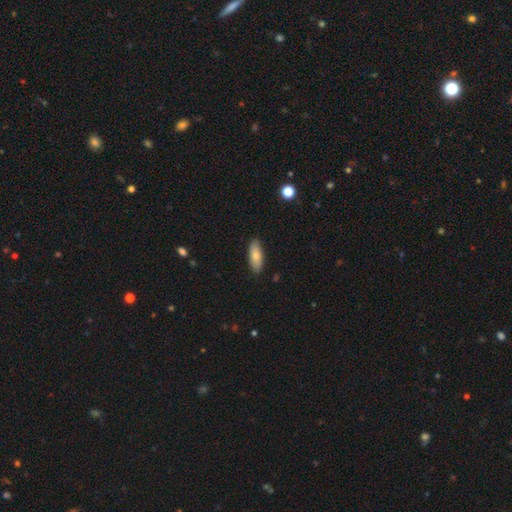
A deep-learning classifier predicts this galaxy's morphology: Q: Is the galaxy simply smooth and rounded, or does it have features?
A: smooth — 78%.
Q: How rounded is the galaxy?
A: in between — 74%.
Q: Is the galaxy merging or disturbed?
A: none — 88%.